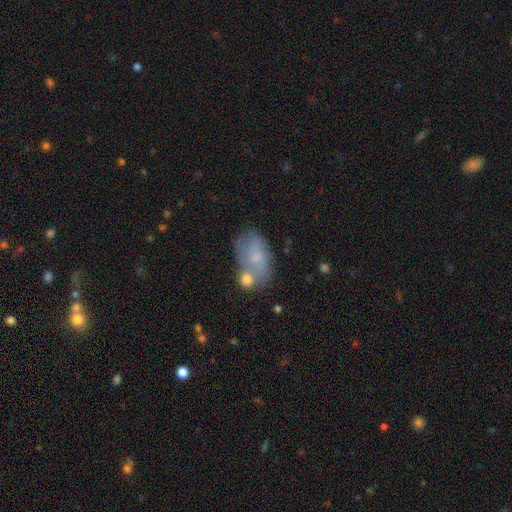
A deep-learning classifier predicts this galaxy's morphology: Q: Smooth or featured?
A: smooth (53%); runner-up: featured or disk (38%)
Q: How rounded?
A: in between (89%); runner-up: round (9%)
Q: Merging?
A: none (37%); runner-up: merger (27%)